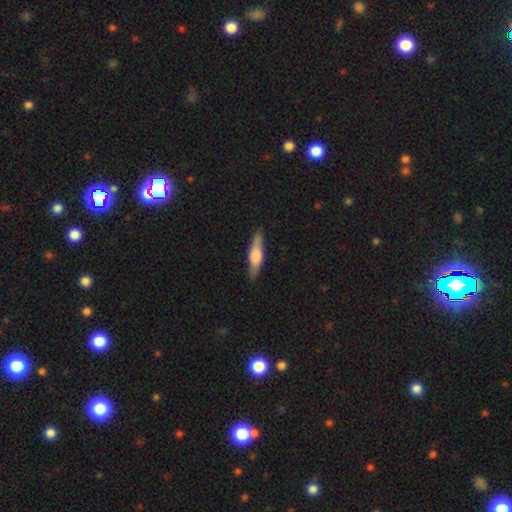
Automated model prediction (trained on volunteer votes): Smooth or featured? Predicted: featured or disk (p=0.52). Edge-on disk? Predicted: yes (p=0.94). Merging? Predicted: none (p=0.86).